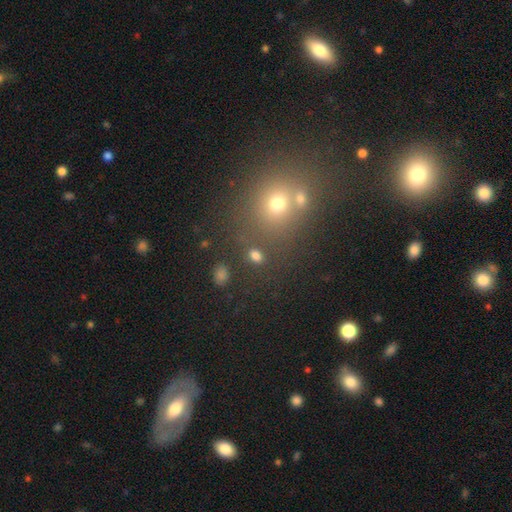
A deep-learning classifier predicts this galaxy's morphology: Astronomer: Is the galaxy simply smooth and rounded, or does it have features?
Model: smooth — 77%.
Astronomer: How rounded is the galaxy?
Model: in between — 66%.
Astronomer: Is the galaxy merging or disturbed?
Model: none — 77%.